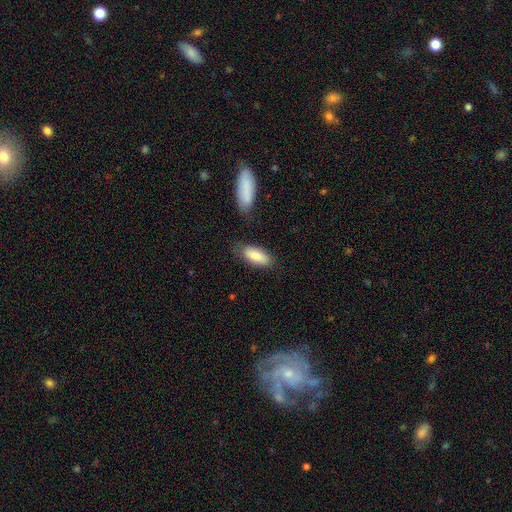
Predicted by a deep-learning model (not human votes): Smooth or featured? Predicted: smooth (p=0.84). How rounded? Predicted: in between (p=0.84). Merging? Predicted: none (p=0.75).